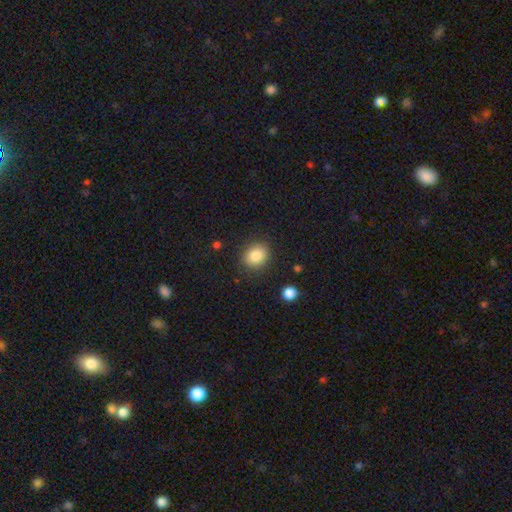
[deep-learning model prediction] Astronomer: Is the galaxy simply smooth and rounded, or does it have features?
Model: smooth — 85%.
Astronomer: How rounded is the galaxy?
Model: round — 55% (runner-up: in between, 44%).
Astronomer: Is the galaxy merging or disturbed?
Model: none — 85%.